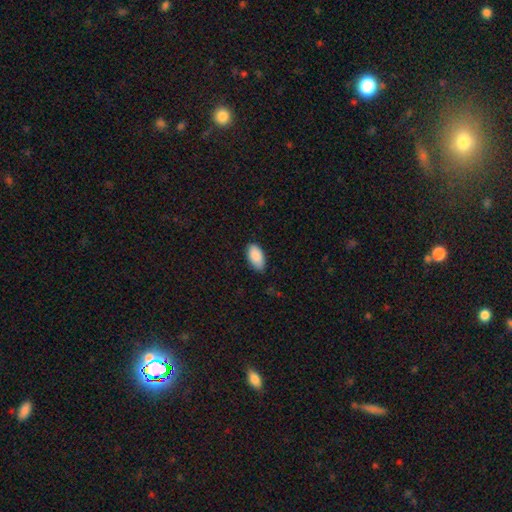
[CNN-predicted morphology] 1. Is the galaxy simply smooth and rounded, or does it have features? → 90% smooth, 6% star or artifact, 4% featured or disk.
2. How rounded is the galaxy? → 95% in between, 3% round, 2% cigar-shaped.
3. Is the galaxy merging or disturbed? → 78% none, 18% minor disturbance, 3% major disturbance, 1% merger.